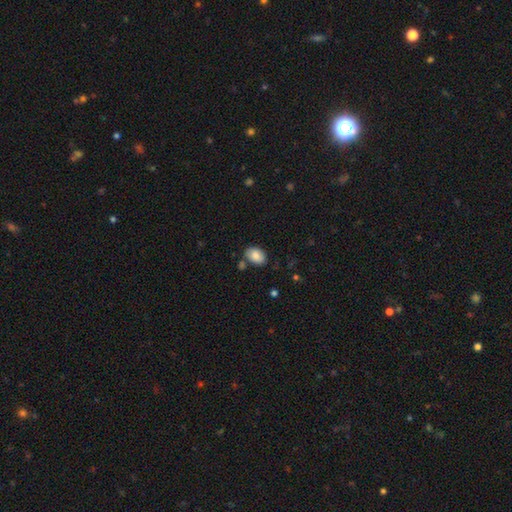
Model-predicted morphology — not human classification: Q: Smooth or featured?
A: smooth (84%); runner-up: featured or disk (9%)
Q: How rounded?
A: in between (86%); runner-up: round (13%)
Q: Merging?
A: none (75%); runner-up: minor disturbance (14%)